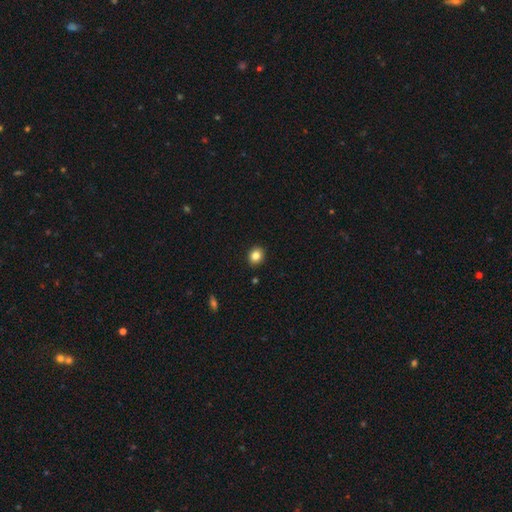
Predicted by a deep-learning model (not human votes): Smooth or featured? Predicted: smooth (p=0.84). How rounded? Predicted: round (p=0.68). Merging? Predicted: none (p=0.91).